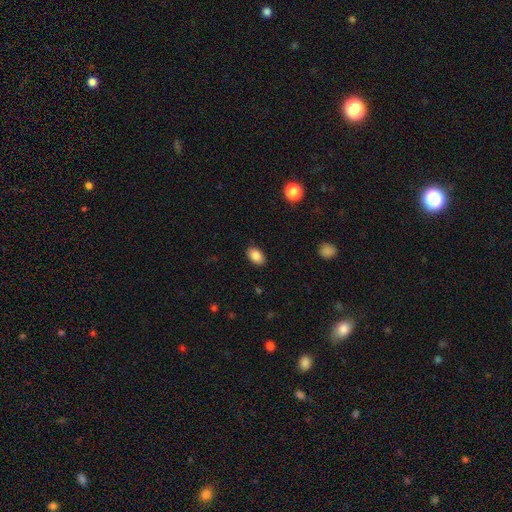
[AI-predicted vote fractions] A smooth galaxy with no disk features (87%) that is in between round and cigar-shaped (88%). Merging: none (88%).